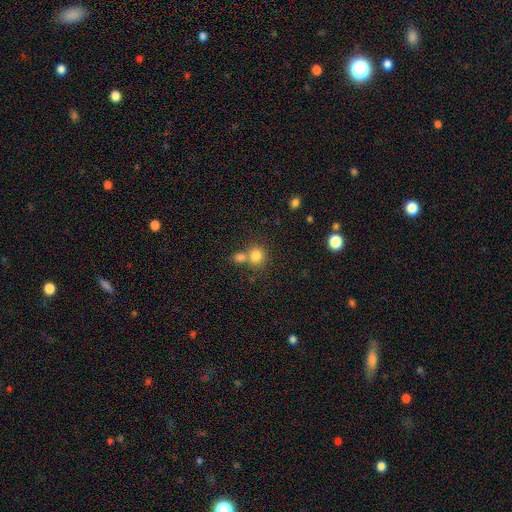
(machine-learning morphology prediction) smooth 81%, star or artifact 12%, featured or disk 7%. Down the decision tree: how rounded — round (81%); merging — none (53%).